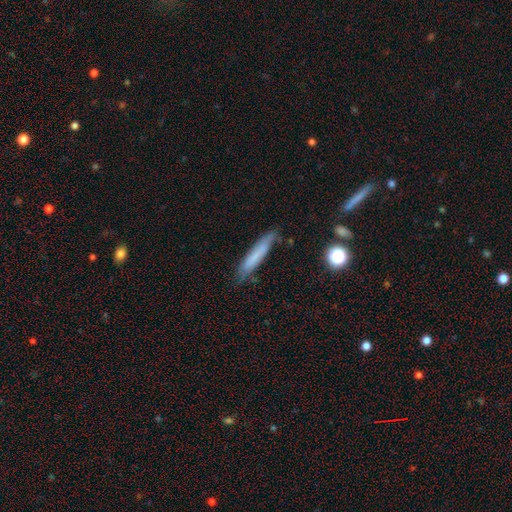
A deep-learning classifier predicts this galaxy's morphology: smooth_or_featured: smooth (p=0.69) [alt: featured or disk p=0.23]
how_rounded: cigar-shaped (p=0.90) [alt: in between p=0.09]
merging: none (p=0.71) [alt: minor disturbance p=0.21]